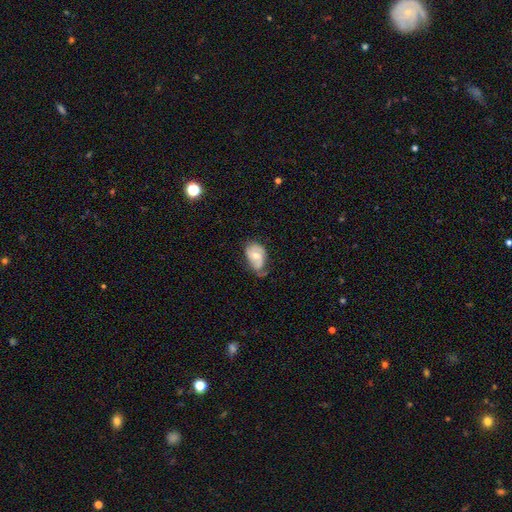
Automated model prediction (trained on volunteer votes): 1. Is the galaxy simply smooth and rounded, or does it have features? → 48% featured or disk, 45% smooth, 7% star or artifact.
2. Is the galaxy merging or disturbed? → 41% minor disturbance, 35% none, 21% major disturbance, 3% merger.